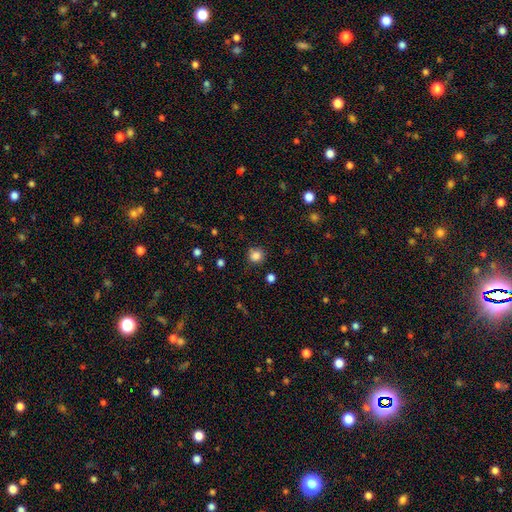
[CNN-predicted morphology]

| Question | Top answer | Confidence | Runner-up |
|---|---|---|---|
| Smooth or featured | smooth | 84% | star or artifact (12%) |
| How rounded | round | 91% | in between (8%) |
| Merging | none | 84% | minor disturbance (11%) |